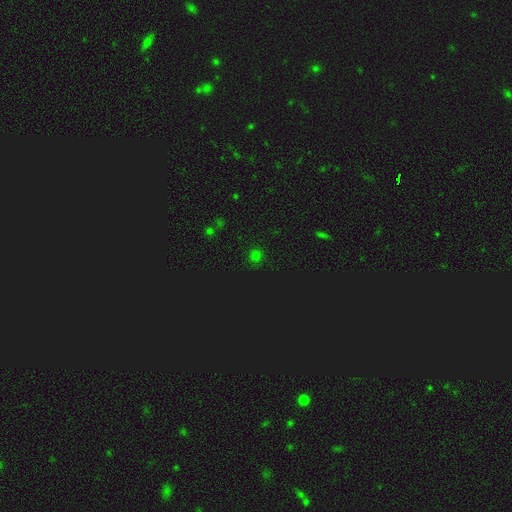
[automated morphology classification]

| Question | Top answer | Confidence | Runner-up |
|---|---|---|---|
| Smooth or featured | smooth | 67% | star or artifact (29%) |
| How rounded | round | 91% | in between (8%) |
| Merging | none | 90% | minor disturbance (6%) |